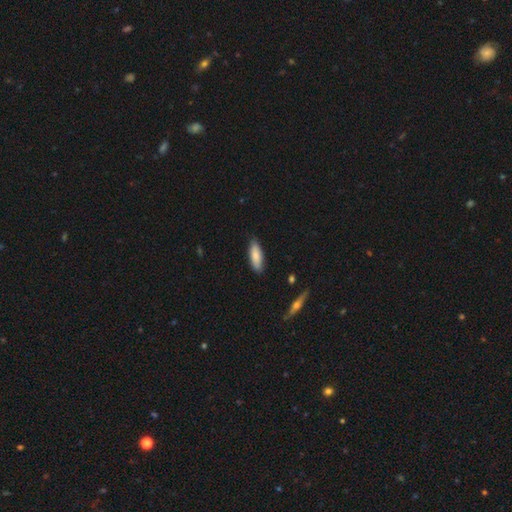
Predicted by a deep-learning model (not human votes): Smooth or featured? Predicted: smooth (p=0.83). How rounded? Predicted: in between (p=0.59). Merging? Predicted: none (p=0.84).